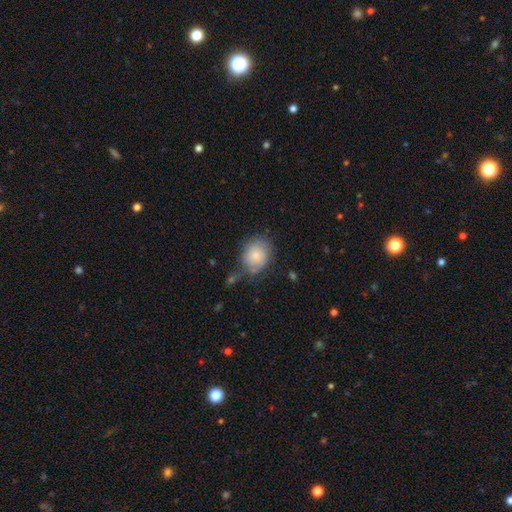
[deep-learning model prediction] smooth-or-featured: smooth: 78% | featured or disk: 14% | star or artifact: 8%
  how-rounded: round: 61% | in between: 38% | cigar-shaped: 1%
  merging: none: 58% | minor disturbance: 25% | major disturbance: 9% | merger: 7%